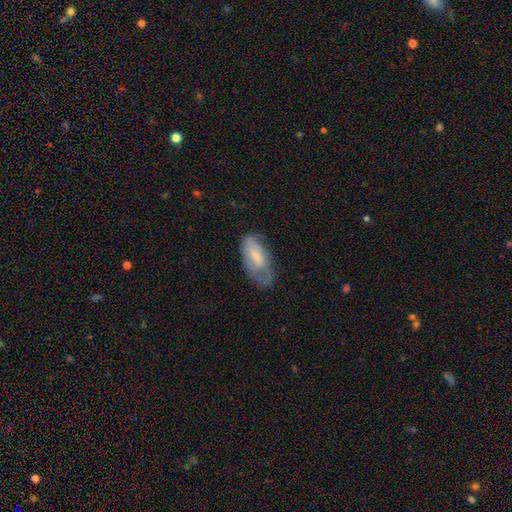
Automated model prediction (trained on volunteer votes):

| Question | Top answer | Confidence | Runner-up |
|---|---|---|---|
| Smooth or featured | smooth | 61% | featured or disk (33%) |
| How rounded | in between | 90% | cigar-shaped (7%) |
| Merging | none | 47% | minor disturbance (35%) |